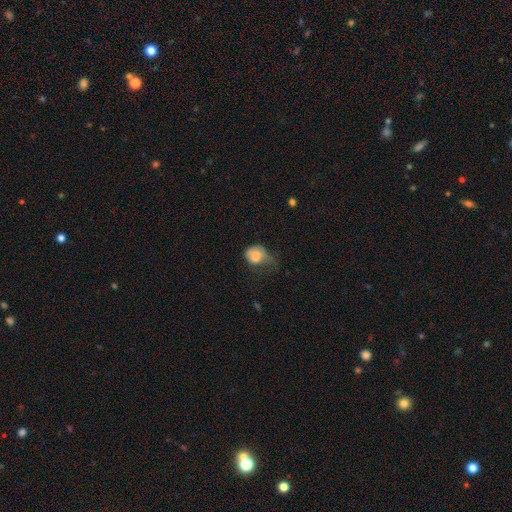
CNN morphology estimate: A smooth galaxy with no disk features (71%) that is round (55%). Merging: major disturbance (49%).